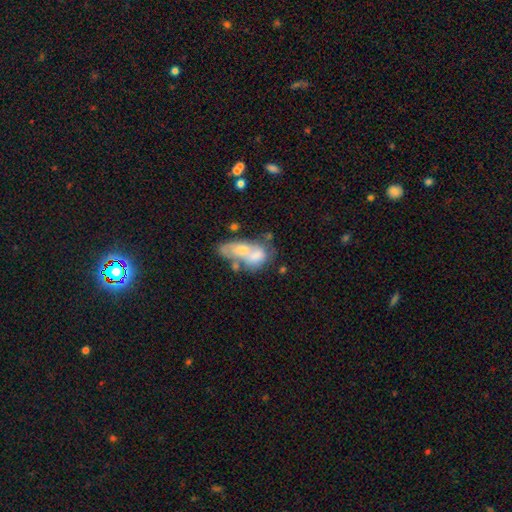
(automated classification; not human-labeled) The model was most divided on "smooth or featured": smooth: 58%, featured or disk: 34%, star or artifact: 7%. More confident: how rounded — in between (84%); merging — merger (62%).